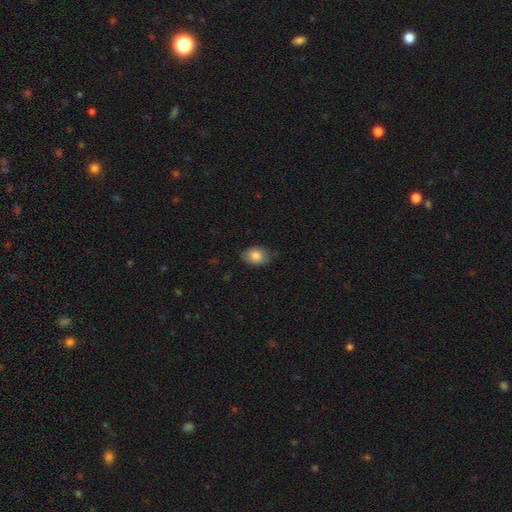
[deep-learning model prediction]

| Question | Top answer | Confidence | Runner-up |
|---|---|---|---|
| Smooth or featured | smooth | 84% | featured or disk (8%) |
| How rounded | in between | 77% | round (22%) |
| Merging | none | 75% | minor disturbance (21%) |